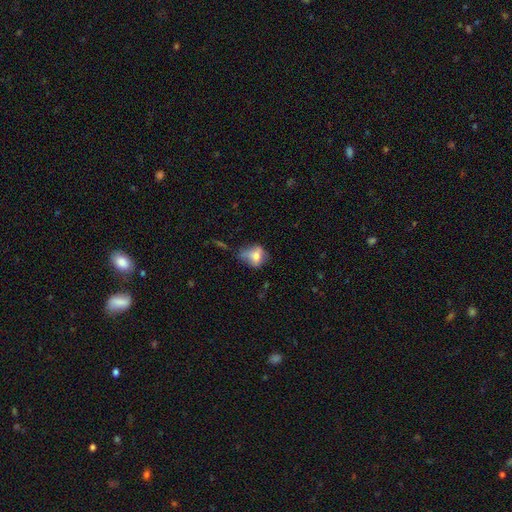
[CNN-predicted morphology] This is likely a smooth galaxy (64%). How rounded: possibly in between (56%). Merging: marginally none (39%).